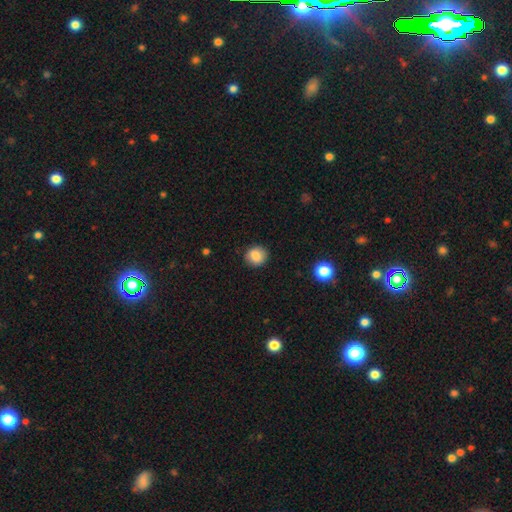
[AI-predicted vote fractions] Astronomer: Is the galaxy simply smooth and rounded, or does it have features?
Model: smooth — 85%.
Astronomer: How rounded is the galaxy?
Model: round — 85%.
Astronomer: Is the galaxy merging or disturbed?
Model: none — 88%.